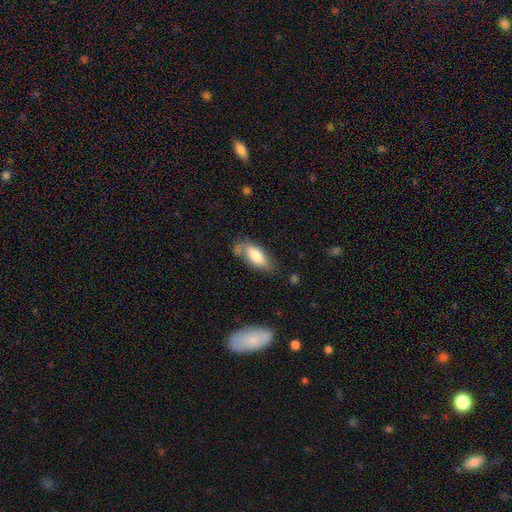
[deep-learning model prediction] Morphology: type=smooth (76%); roundness=in between (84%); merging=none (56%).